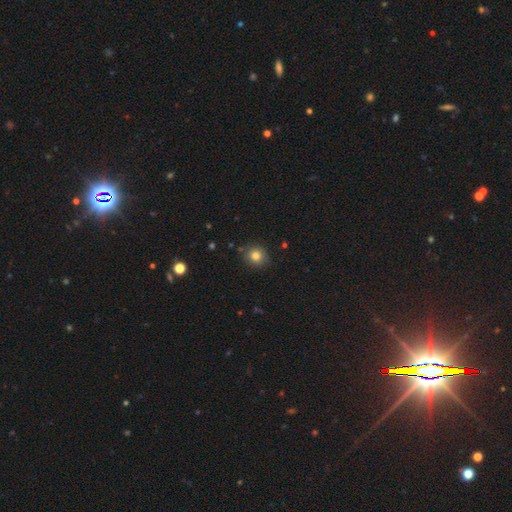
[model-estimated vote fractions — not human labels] This appears to be a smooth galaxy with no disk features (81%) that is round (83%). Merging: none (85%).